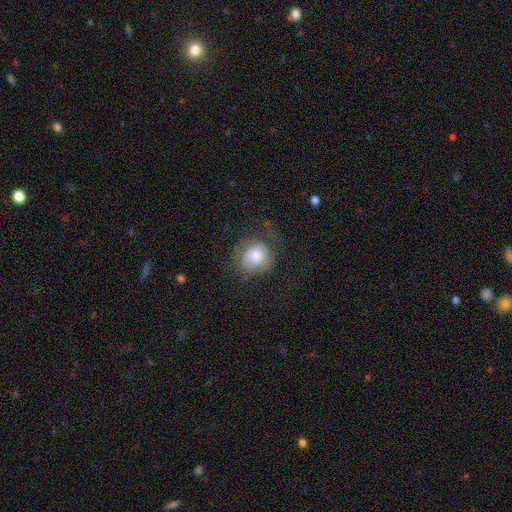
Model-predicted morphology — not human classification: Q: Smooth or featured?
A: smooth (61%); runner-up: featured or disk (30%)
Q: How rounded?
A: round (75%); runner-up: in between (24%)
Q: Merging?
A: none (54%); runner-up: minor disturbance (23%)